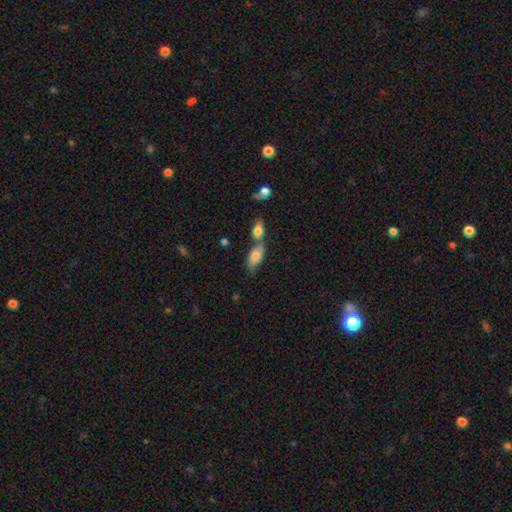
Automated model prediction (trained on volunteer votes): This appears to be a smooth galaxy with no disk features (73%) that is in between round and cigar-shaped (87%). Merging: merger (43%).